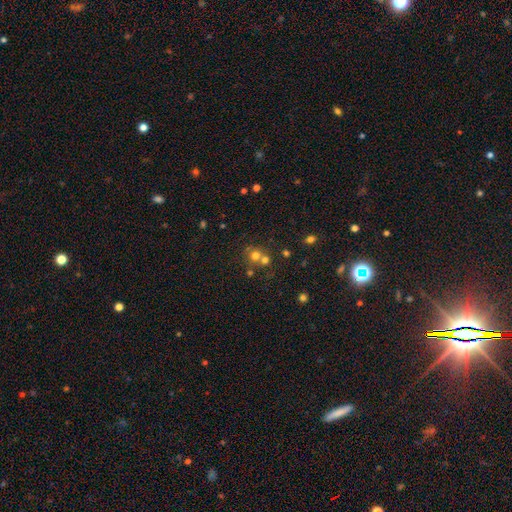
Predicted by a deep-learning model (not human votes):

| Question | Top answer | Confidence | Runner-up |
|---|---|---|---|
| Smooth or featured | smooth | 65% | star or artifact (21%) |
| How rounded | round | 87% | in between (13%) |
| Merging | none | 50% | merger (40%) |